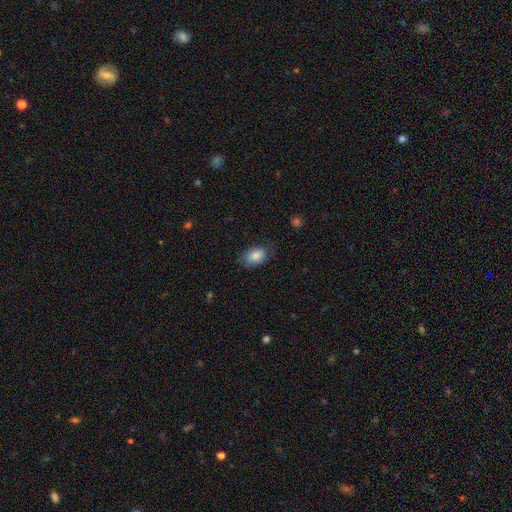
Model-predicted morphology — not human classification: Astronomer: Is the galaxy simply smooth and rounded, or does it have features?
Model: smooth — 82%.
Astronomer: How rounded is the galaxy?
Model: in between — 89%.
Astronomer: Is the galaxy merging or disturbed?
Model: none — 69%.